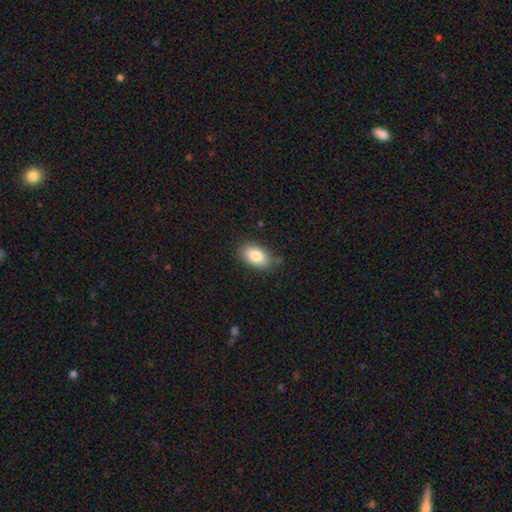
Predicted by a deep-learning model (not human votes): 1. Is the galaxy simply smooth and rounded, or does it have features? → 84% smooth, 9% featured or disk, 7% star or artifact.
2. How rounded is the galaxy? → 91% in between, 7% round, 2% cigar-shaped.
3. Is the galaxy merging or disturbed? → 76% none, 19% minor disturbance, 4% major disturbance, 2% merger.